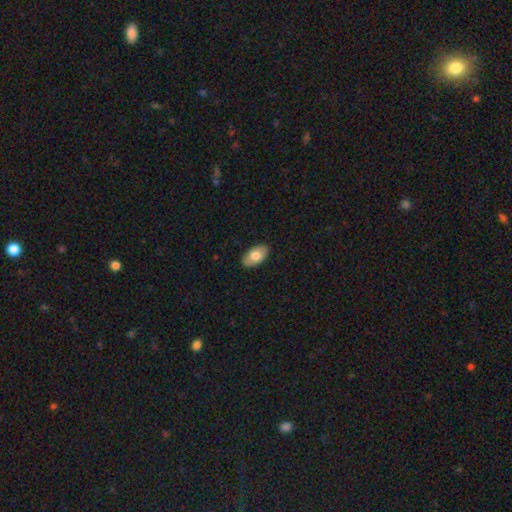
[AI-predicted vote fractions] This appears to be a smooth galaxy with no disk features (75%) that is in between round and cigar-shaped (95%). Merging: none (88%).